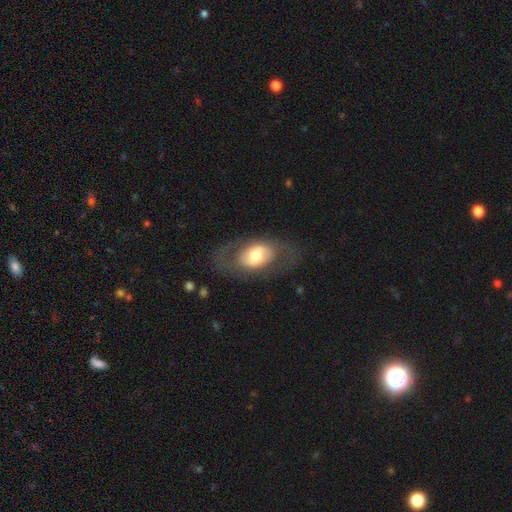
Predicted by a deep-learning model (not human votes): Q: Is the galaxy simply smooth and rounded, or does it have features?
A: featured or disk — 56%.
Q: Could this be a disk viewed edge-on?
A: no — 91%.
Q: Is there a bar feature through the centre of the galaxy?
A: no — 59%.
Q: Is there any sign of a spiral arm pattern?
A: no — 52%.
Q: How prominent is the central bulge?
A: moderate — 58%.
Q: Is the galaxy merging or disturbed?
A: none — 70%.